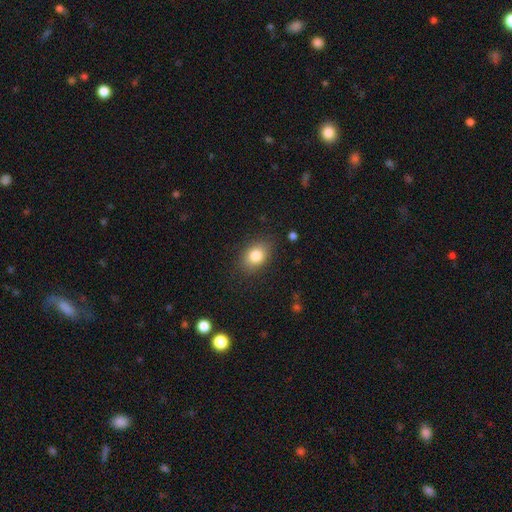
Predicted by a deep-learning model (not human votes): Smooth or featured? smooth (82%)
How rounded? in between (73%)
Merging? none (82%)